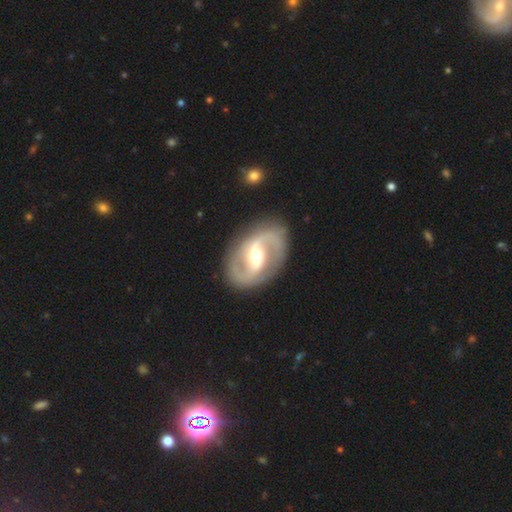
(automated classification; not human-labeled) Smooth or featured? featured or disk (89%)
Edge-on disk? no (97%)
Bar? weak (42%)
Spiral arms? yes (94%)
Spiral winding? medium (55%)
Spiral arm count? 2 (93%)
Bulge size? moderate (66%)
Merging? none (86%)